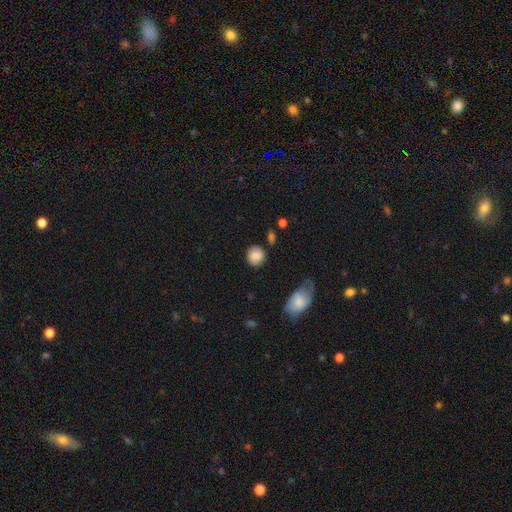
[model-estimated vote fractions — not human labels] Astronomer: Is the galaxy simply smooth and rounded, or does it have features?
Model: smooth — 81%.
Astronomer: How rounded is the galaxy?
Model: round — 82%.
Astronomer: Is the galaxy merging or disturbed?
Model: none — 74%.